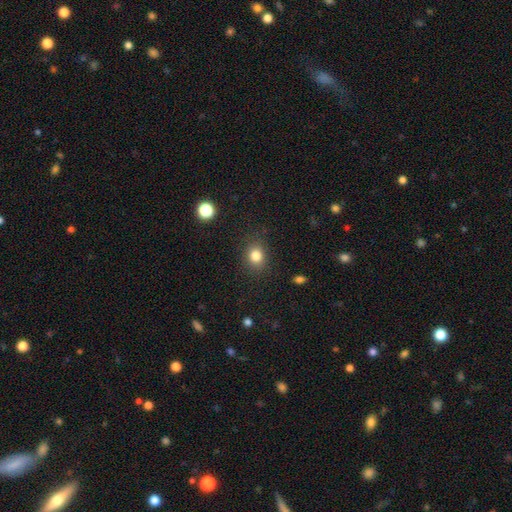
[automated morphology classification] Smooth or featured? Predicted: smooth (p=0.82). How rounded? Predicted: round (p=0.65). Merging? Predicted: none (p=0.86).